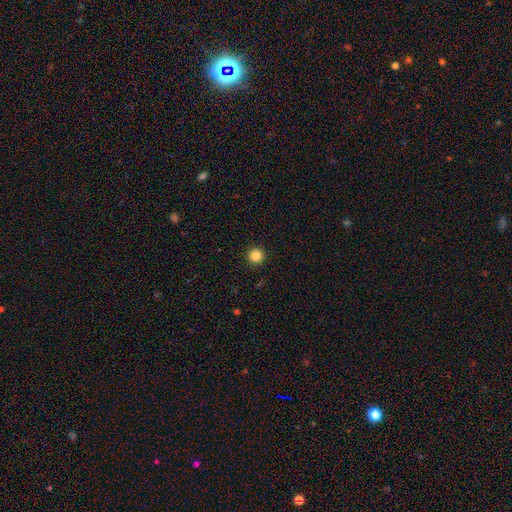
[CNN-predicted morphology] The model was most divided on "smooth or featured": smooth: 85%, star or artifact: 12%, featured or disk: 4%. More confident: how rounded — round (96%); merging — none (93%).